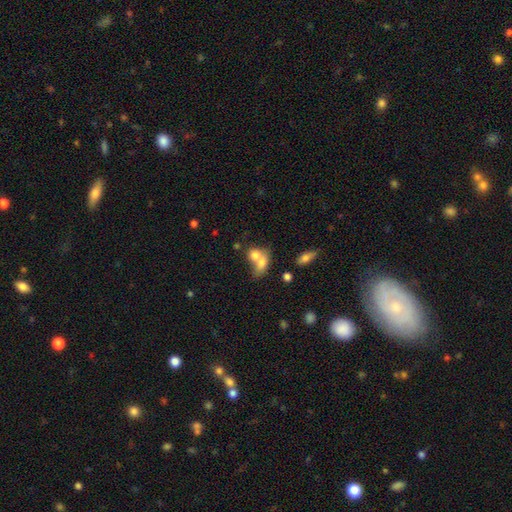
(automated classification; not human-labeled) Morphology: type=smooth (74%); roundness=in between (59%); merging=merger (68%).